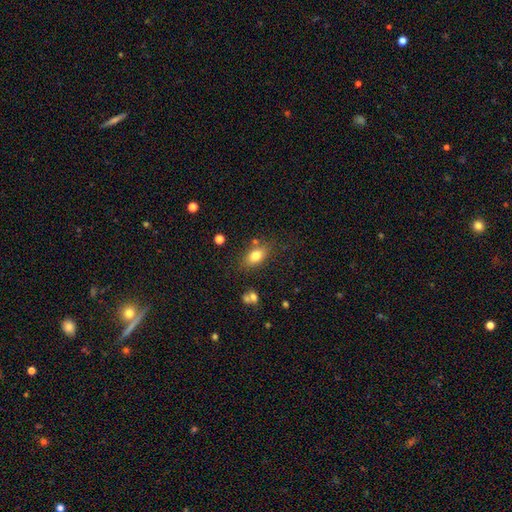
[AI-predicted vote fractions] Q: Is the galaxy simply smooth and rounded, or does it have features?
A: smooth — 78%.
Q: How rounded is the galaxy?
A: in between — 82%.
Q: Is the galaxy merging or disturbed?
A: none — 74%.